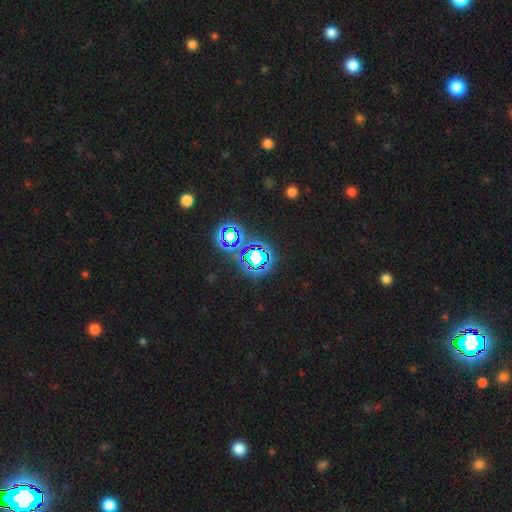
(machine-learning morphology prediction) Smooth or featured? Predicted: star or artifact (p=0.72).